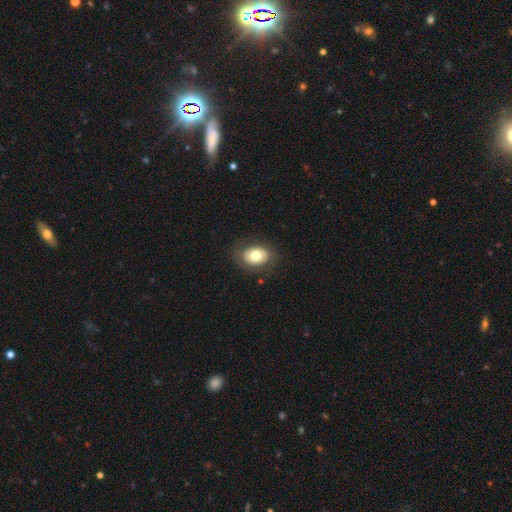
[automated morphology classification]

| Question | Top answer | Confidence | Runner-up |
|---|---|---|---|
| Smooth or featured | smooth | 72% | featured or disk (20%) |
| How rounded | in between | 64% | round (35%) |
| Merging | none | 81% | minor disturbance (12%) |